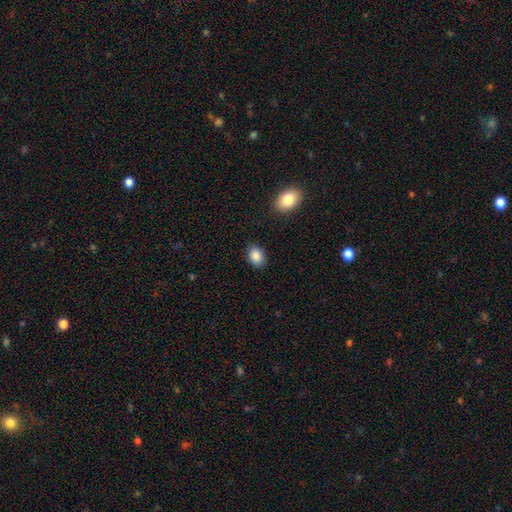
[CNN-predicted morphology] Overall: smooth (87%). How rounded: in between (71%). Merging: none (87%).